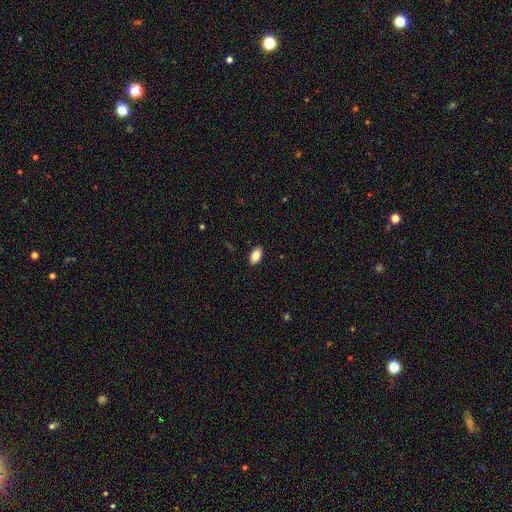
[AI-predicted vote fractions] A smooth galaxy with no disk features (87%) that is in between round and cigar-shaped (93%). Merging: none (89%).